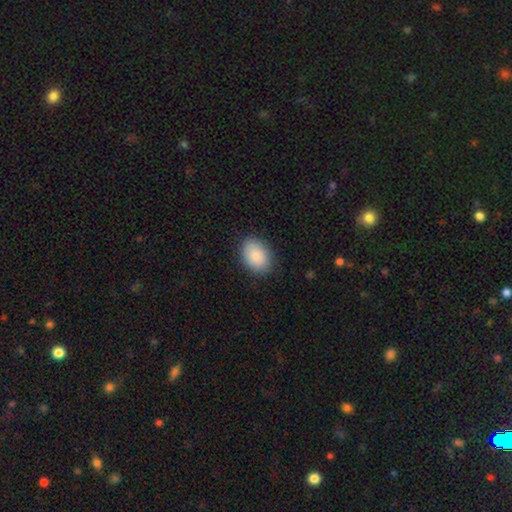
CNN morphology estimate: This is clearly a smooth galaxy (89%). How rounded: clearly in between (81%). Merging: clearly none (85%).